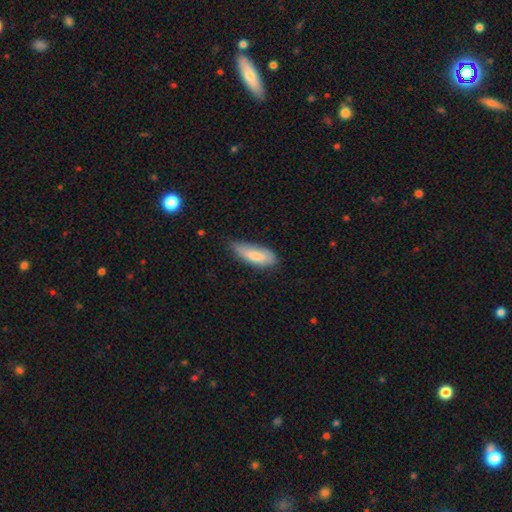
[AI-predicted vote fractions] smooth_or_featured: smooth (p=0.79) [alt: featured or disk p=0.15]
how_rounded: in between (p=0.68) [alt: cigar-shaped p=0.30]
merging: none (p=0.49) [alt: minor disturbance p=0.41]